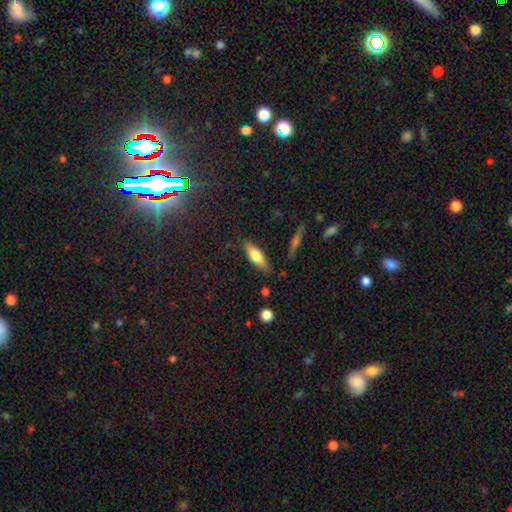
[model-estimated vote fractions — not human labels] smooth-or-featured: smooth: 69% | featured or disk: 24% | star or artifact: 7%
  how-rounded: in between: 55% | cigar-shaped: 42% | round: 2%
  merging: none: 80% | minor disturbance: 14% | major disturbance: 3% | merger: 3%